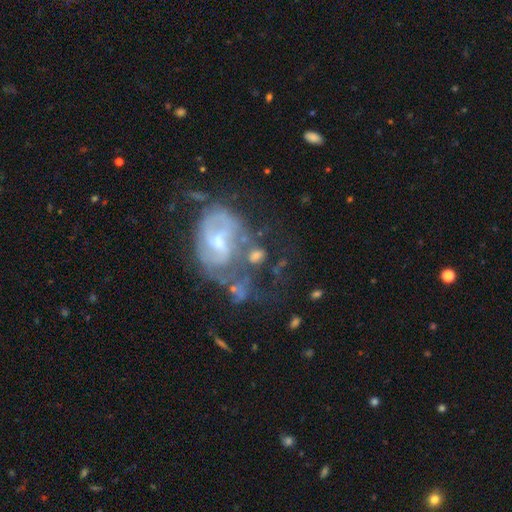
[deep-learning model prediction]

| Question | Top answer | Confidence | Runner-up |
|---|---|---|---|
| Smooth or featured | featured or disk | 58% | smooth (29%) |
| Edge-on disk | no | 96% | yes (4%) |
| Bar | weak | 44% | no (42%) |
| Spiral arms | yes | 74% | no (26%) |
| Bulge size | moderate | 49% | small (32%) |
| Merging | none | 37% | merger (28%) |